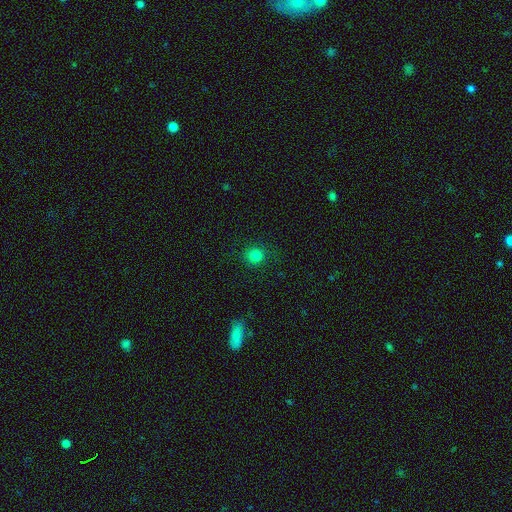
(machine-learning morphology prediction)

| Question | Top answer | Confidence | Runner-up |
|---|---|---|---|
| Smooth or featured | smooth | 81% | star or artifact (14%) |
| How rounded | round | 91% | in between (8%) |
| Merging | none | 89% | minor disturbance (7%) |